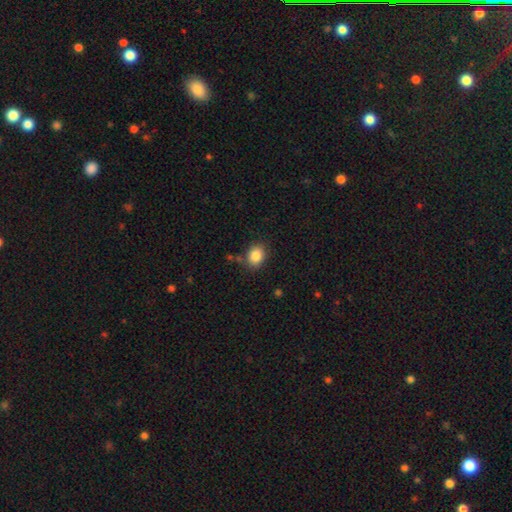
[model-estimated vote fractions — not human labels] This is clearly a smooth galaxy (86%). How rounded: possibly round (53%). Merging: clearly none (81%).